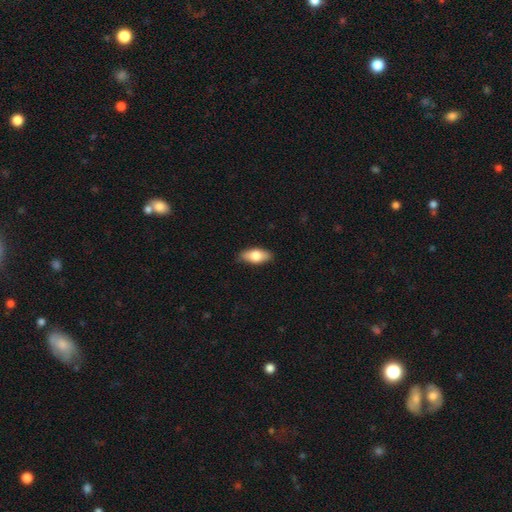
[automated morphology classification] type=smooth (74%); roundness=in between (85%); merging=none (85%).